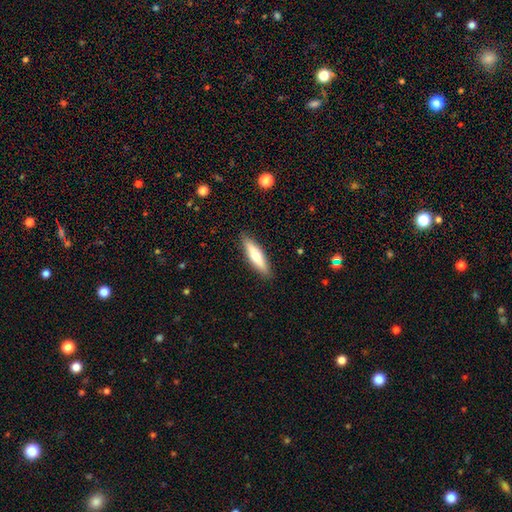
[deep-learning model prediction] This is likely a smooth galaxy (62%). How rounded: likely cigar-shaped (72%). Merging: clearly none (89%).